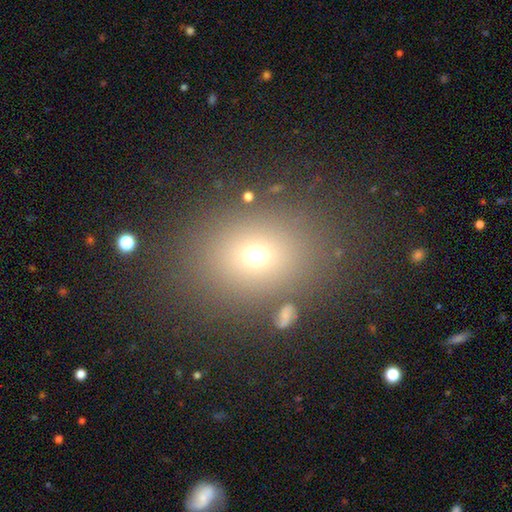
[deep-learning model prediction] Q: Smooth or featured?
A: smooth (66%); runner-up: star or artifact (22%)
Q: How rounded?
A: in between (50%); runner-up: round (49%)
Q: Merging?
A: none (82%); runner-up: minor disturbance (9%)